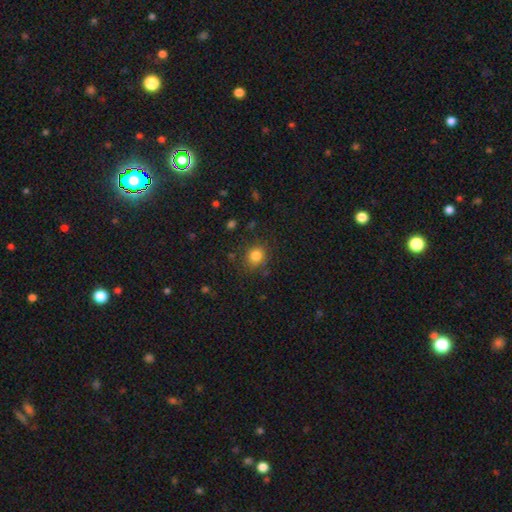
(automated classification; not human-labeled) smooth-or-featured: smooth: 82% | star or artifact: 12% | featured or disk: 6%
  how-rounded: round: 74% | in between: 25% | cigar-shaped: 1%
  merging: none: 83% | minor disturbance: 11% | major disturbance: 4% | merger: 2%